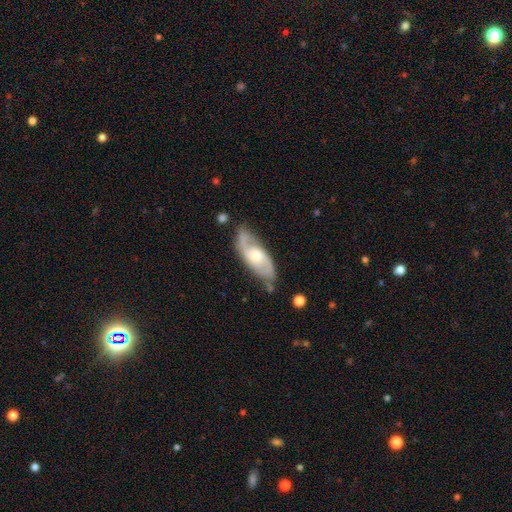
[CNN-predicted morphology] smooth_or_featured: featured or disk (p=0.81) [alt: smooth p=0.14]
disk_edge_on: no (p=0.91) [alt: yes p=0.09]
bar: no (p=0.57) [alt: weak p=0.36]
has_spiral_arms: yes (p=0.94) [alt: no p=0.06]
spiral_winding: medium (p=0.51) [alt: loose p=0.25]
spiral_arm_count: 2 (p=0.87) [alt: can't tell p=0.07]
bulge_size: moderate (p=0.57) [alt: small p=0.33]
merging: none (p=0.74) [alt: minor disturbance p=0.18]